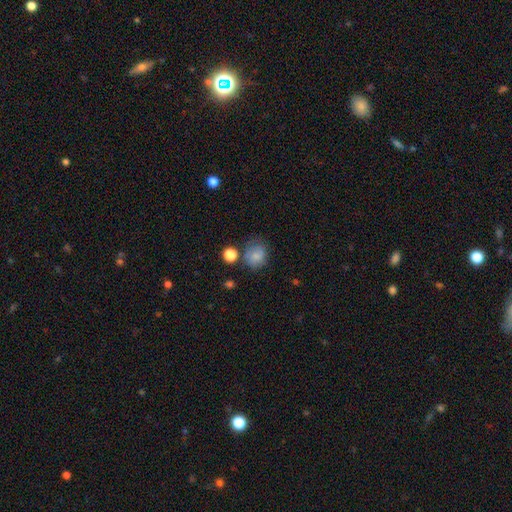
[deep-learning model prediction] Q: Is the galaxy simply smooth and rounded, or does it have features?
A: smooth — 79%.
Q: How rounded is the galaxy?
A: round — 72%.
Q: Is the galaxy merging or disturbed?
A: none — 63%.